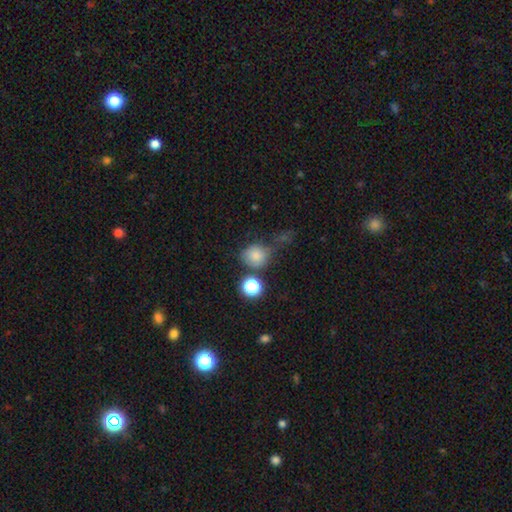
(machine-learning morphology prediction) smooth-or-featured: smooth: 78% | star or artifact: 14% | featured or disk: 8%
  how-rounded: round: 76% | in between: 23% | cigar-shaped: 1%
  merging: none: 56% | minor disturbance: 19% | merger: 15% | major disturbance: 10%